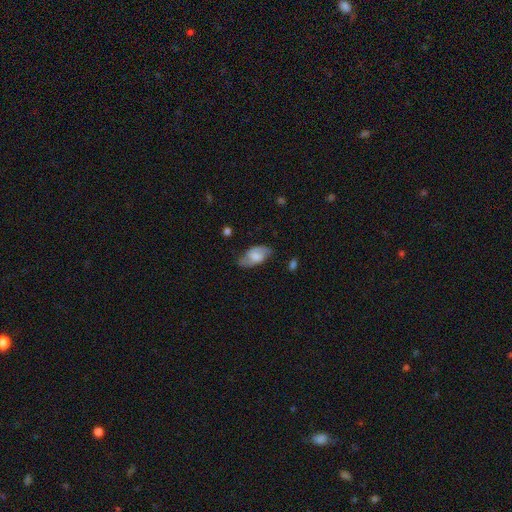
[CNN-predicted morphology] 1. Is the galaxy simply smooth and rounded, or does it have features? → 51% featured or disk, 42% smooth, 7% star or artifact.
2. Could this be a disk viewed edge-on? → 93% no, 7% yes.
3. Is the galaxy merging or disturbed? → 70% none, 23% minor disturbance, 6% major disturbance, 1% merger.